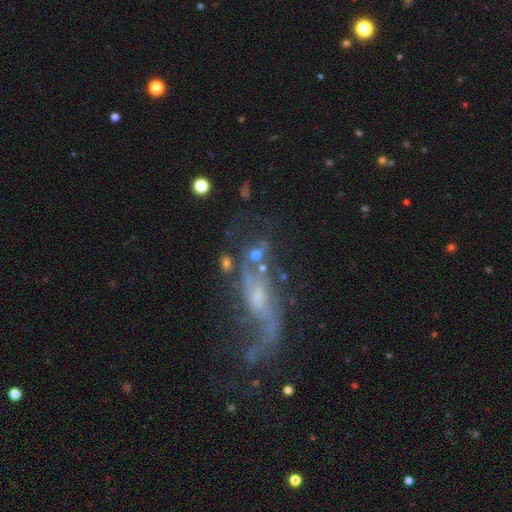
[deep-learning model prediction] A smooth galaxy with no disk features (42%). Merging: none (45%).